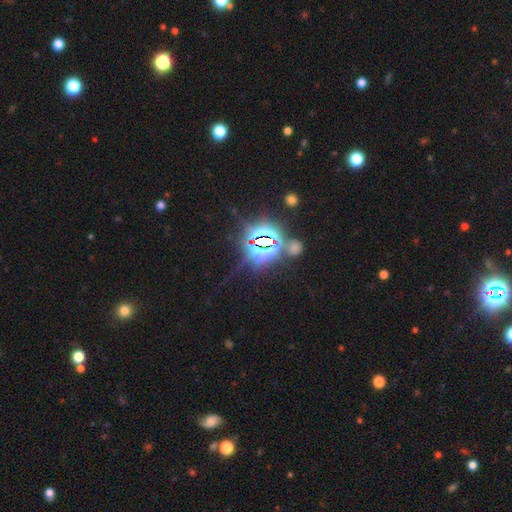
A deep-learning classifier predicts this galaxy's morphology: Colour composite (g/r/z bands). It shows a star or artifact, not a galaxy (83%).